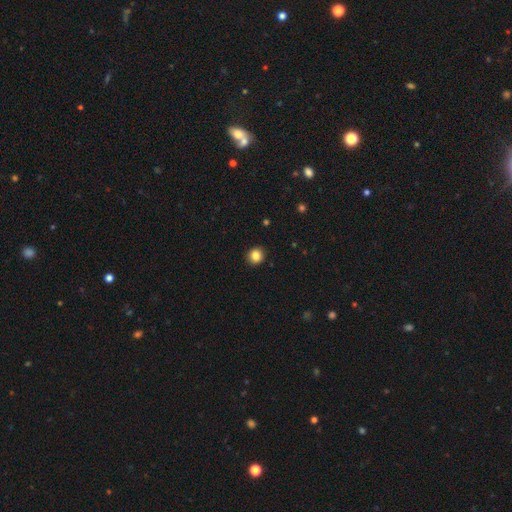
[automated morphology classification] Smooth or featured: smooth — 86% (star or artifact — 10%)
How rounded: round — 89% (in between — 10%)
Merging: none — 92% (minor disturbance — 5%)